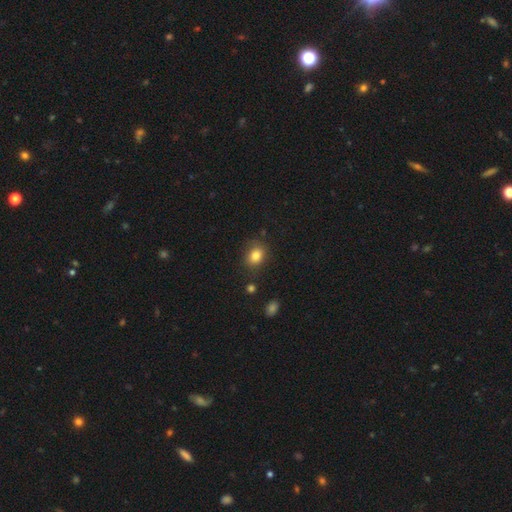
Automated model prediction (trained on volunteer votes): Q: Smooth or featured?
A: smooth (83%); runner-up: star or artifact (10%)
Q: How rounded?
A: in between (53%); runner-up: round (46%)
Q: Merging?
A: none (78%); runner-up: minor disturbance (15%)